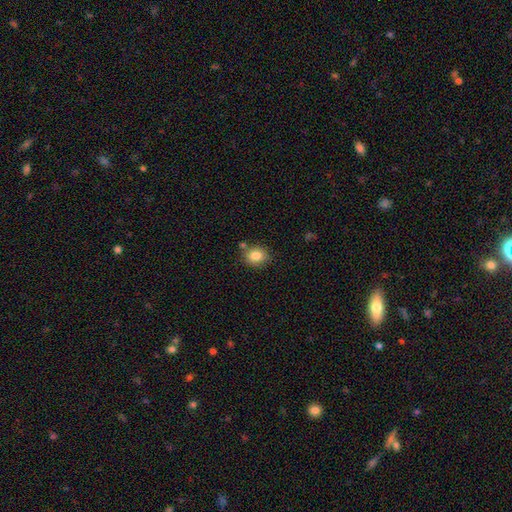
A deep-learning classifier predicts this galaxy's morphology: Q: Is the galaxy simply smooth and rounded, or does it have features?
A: smooth — 84%.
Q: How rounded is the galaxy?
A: round — 57%.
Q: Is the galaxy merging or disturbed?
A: none — 76%.